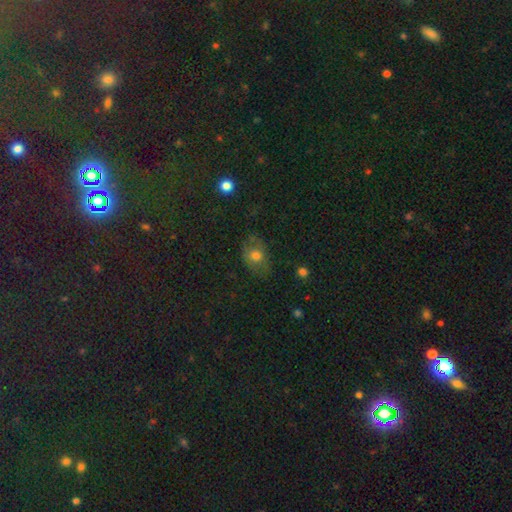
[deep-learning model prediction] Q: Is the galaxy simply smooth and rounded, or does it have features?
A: smooth — 64%.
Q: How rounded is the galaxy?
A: in between — 66%.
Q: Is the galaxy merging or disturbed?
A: none — 65%.